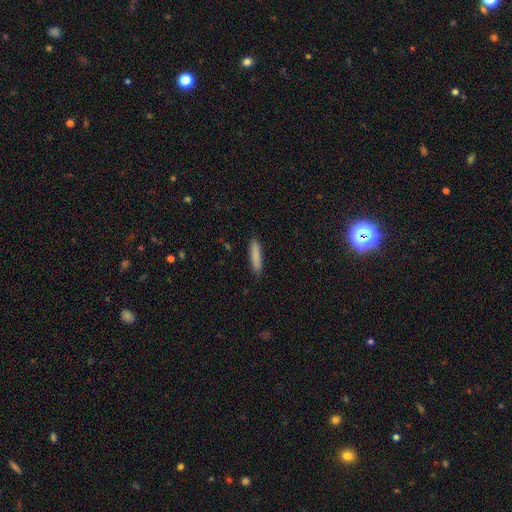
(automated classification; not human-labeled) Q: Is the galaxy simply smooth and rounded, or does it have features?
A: smooth — 86%.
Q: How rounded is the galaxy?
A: cigar-shaped — 86%.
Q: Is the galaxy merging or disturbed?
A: none — 89%.